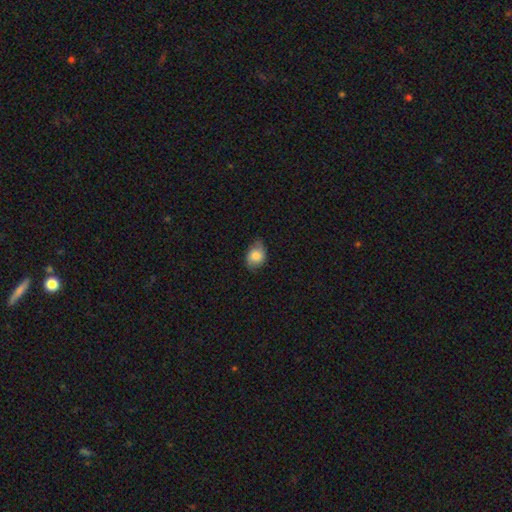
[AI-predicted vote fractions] Smooth or featured?
  - smooth: 77% *
  - featured or disk: 15%
  - star or artifact: 8%
How rounded?
  - in between: 70% *
  - round: 28%
  - cigar-shaped: 1%
Merging?
  - none: 69% *
  - minor disturbance: 25%
  - major disturbance: 5%
  - merger: 1%